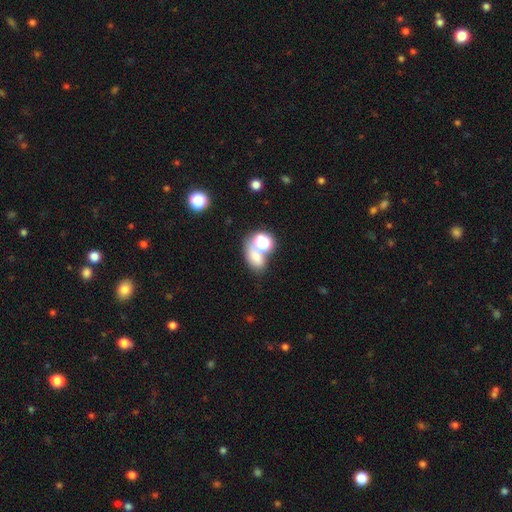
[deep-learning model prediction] Smooth or featured: smooth — 65% (star or artifact — 21%)
How rounded: in between — 64% (round — 34%)
Merging: merger — 43% (none — 38%)